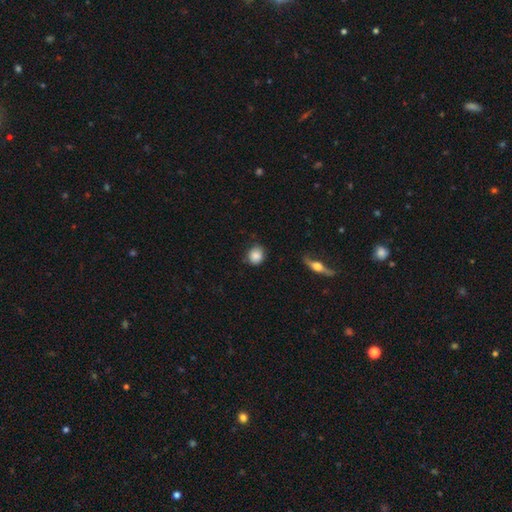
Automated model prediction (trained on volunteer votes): smooth_or_featured: smooth (p=0.85) [alt: featured or disk p=0.08]
how_rounded: round (p=0.76) [alt: in between p=0.22]
merging: none (p=0.77) [alt: minor disturbance p=0.17]